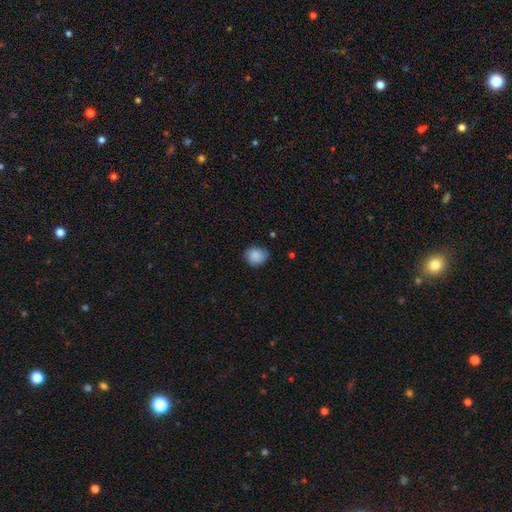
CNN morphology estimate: smooth-or-featured: smooth: 87% | star or artifact: 8% | featured or disk: 5%
  how-rounded: round: 67% | in between: 32% | cigar-shaped: 1%
  merging: none: 79% | minor disturbance: 17% | major disturbance: 3% | merger: 1%